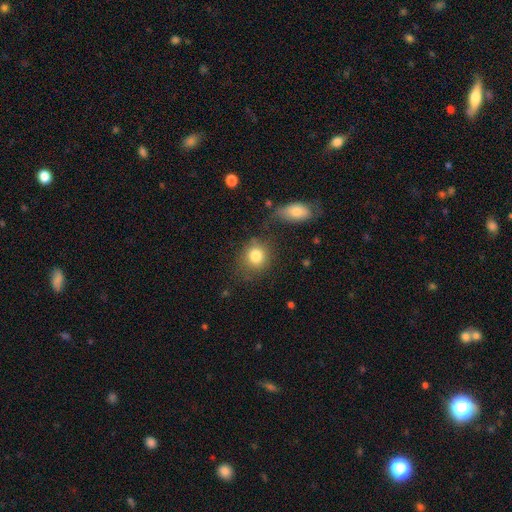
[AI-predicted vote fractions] Smooth or featured? smooth (83%)
How rounded? round (72%)
Merging? none (67%)